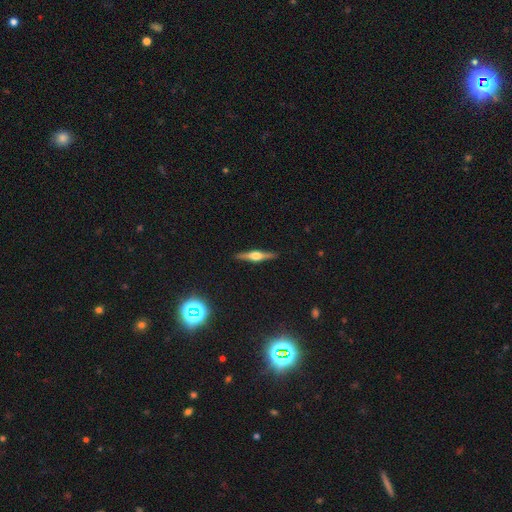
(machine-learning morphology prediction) Smooth or featured: featured or disk — 77% (smooth — 17%)
Edge-on disk: yes — 98% (no — 2%)
Edge-on bulge: rounded — 91% (boxy — 7%)
Merging: none — 91% (minor disturbance — 7%)